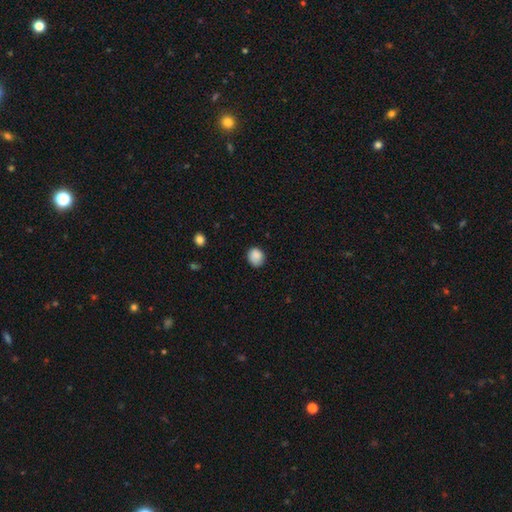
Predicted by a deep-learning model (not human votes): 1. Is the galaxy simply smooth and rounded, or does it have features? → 87% smooth, 9% star or artifact, 4% featured or disk.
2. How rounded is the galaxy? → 70% round, 29% in between, 1% cigar-shaped.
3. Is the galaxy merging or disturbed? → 77% none, 19% minor disturbance, 3% major disturbance, 1% merger.